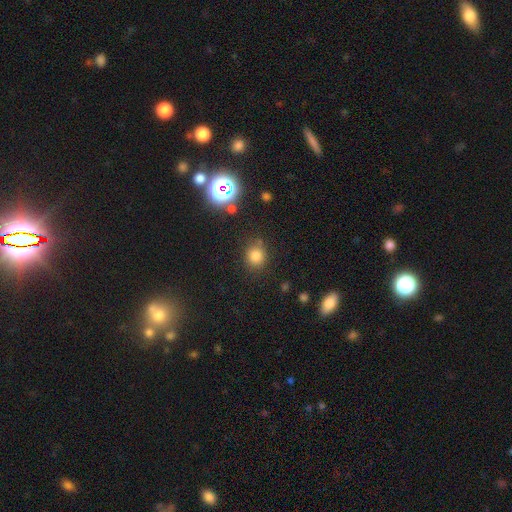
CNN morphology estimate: Smooth or featured: smooth — 78% (star or artifact — 16%)
How rounded: round — 82% (in between — 17%)
Merging: none — 80% (minor disturbance — 12%)